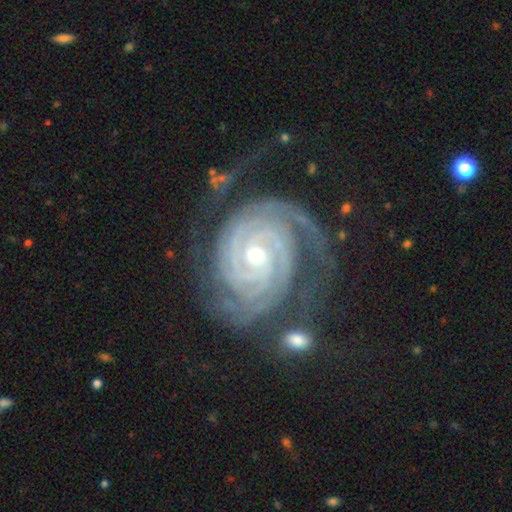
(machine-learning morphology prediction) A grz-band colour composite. It shows a featured or disk galaxy (93%) with no bar (55%), 3 (27%) tight (87%) spiral arms (99%) and a small central bulge (55%). Merging: none (62%).